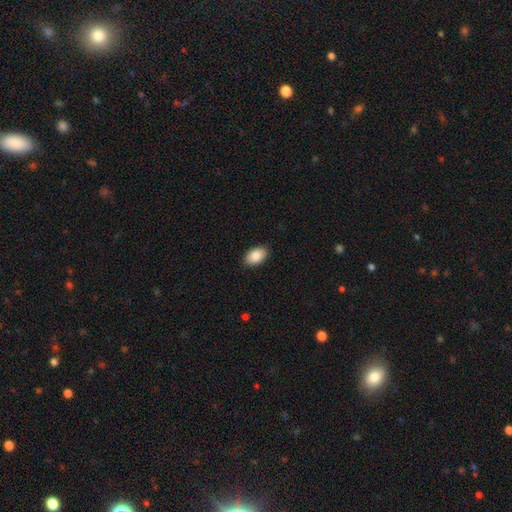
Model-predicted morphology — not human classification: This is clearly a smooth galaxy (86%). How rounded: clearly in between (91%). Merging: clearly none (89%).